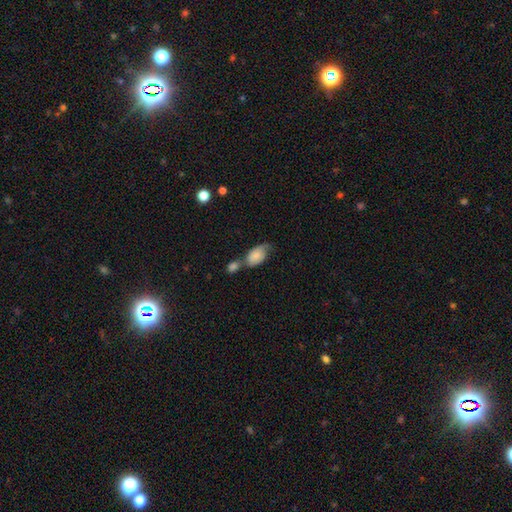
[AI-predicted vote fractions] A smooth galaxy with no disk features (75%) that is in between round and cigar-shaped (90%). Merging: merger (50%).